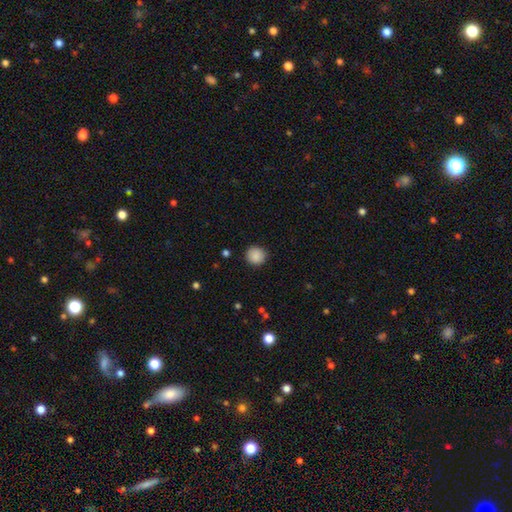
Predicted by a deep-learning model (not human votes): This appears to be a smooth galaxy with no disk features (89%) that is round (93%). Merging: none (90%).